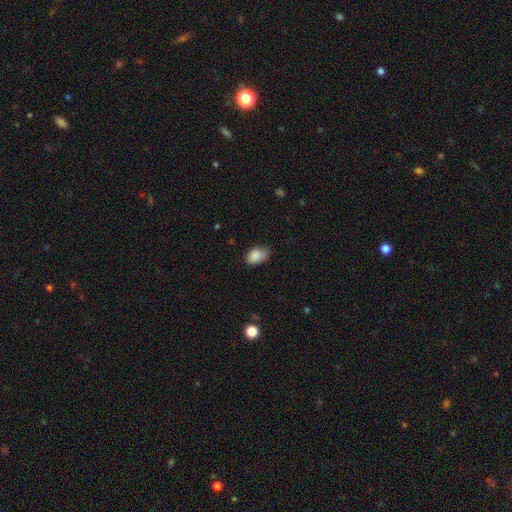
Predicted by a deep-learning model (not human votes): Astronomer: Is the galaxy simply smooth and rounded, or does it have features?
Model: smooth — 86%.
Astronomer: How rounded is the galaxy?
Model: in between — 83%.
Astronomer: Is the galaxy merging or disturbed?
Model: none — 57% (runner-up: minor disturbance, 35%).